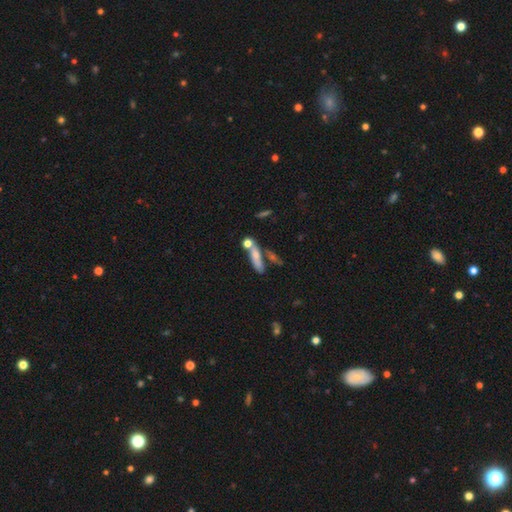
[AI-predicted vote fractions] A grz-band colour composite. It shows a smooth galaxy with no disk features (65%) that is cigar-shaped (56%). Merging: none (47%).